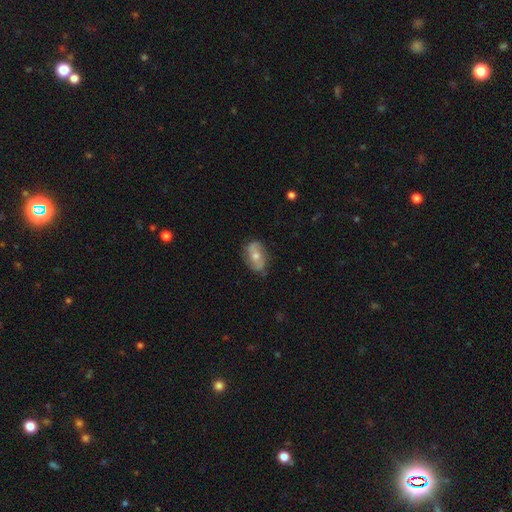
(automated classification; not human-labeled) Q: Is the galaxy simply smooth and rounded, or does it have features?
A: featured or disk — 55%.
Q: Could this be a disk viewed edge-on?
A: no — 94%.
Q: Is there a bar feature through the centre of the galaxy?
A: no — 54%.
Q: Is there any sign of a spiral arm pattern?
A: yes — 77%.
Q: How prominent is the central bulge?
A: moderate — 64%.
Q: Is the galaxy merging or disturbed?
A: none — 74%.